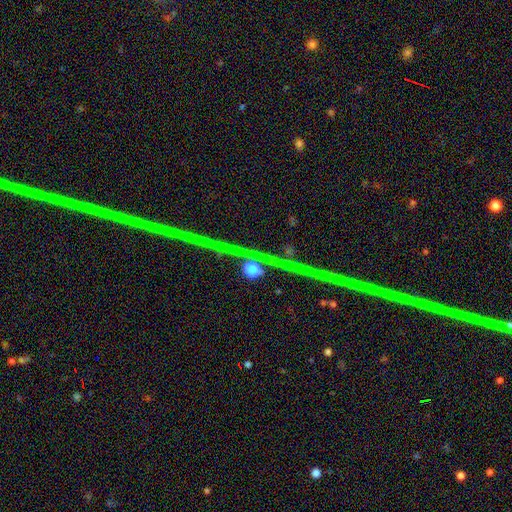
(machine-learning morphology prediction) smooth-or-featured: star or artifact: 63% | featured or disk: 23% | smooth: 14%